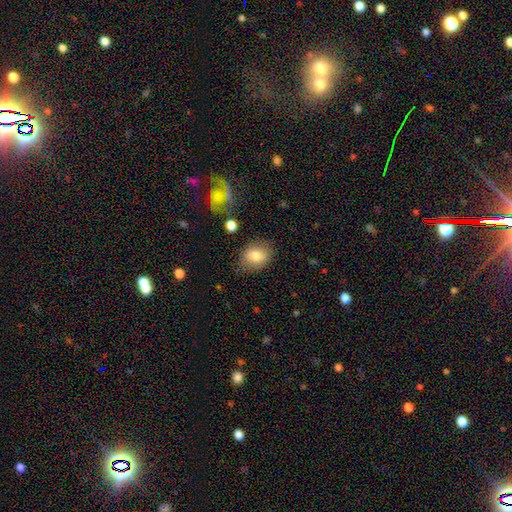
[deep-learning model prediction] This appears to be a smooth galaxy with no disk features (77%) that is in between round and cigar-shaped (61%). Merging: none (76%).